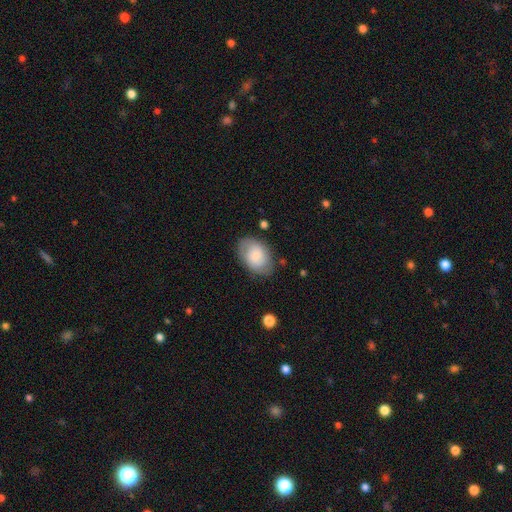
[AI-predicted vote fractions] The model was most divided on "smooth or featured": smooth: 66%, featured or disk: 27%, star or artifact: 7%. More confident: how rounded — in between (82%); merging — none (74%).